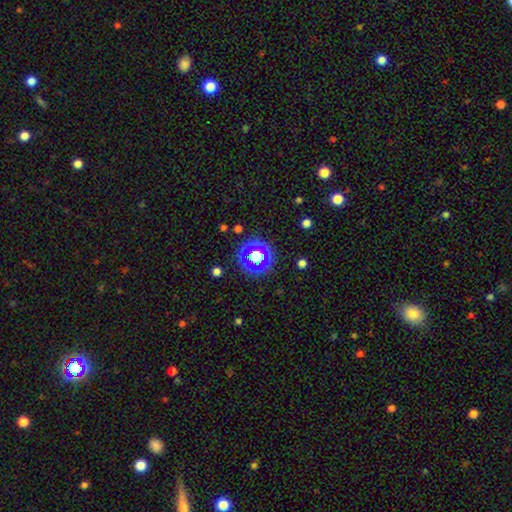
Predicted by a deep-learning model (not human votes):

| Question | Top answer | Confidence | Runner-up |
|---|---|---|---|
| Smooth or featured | star or artifact | 52% | smooth (36%) |